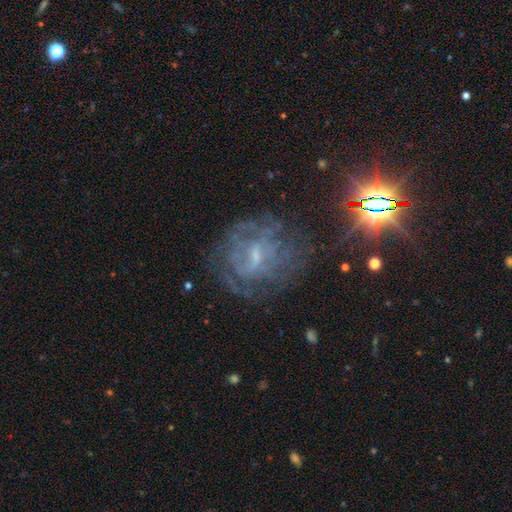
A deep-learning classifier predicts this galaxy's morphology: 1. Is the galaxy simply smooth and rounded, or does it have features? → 62% featured or disk, 24% star or artifact, 14% smooth.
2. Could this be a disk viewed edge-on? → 96% no, 4% yes.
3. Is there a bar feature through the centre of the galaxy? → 47% weak, 35% no, 17% strong.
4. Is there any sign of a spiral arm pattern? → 63% yes, 37% no.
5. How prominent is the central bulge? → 54% small, 25% moderate, 19% none, 2% large, 1% dominant.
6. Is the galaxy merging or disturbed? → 61% none, 19% major disturbance, 18% minor disturbance, 2% merger.